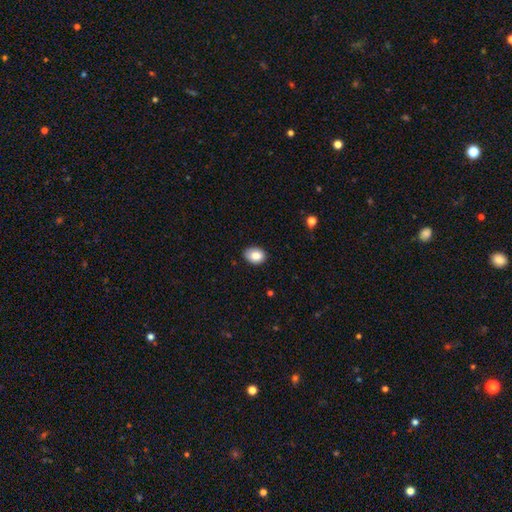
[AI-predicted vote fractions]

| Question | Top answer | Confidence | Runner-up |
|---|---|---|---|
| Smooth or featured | smooth | 83% | star or artifact (8%) |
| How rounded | in between | 67% | round (32%) |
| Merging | none | 83% | minor disturbance (14%) |